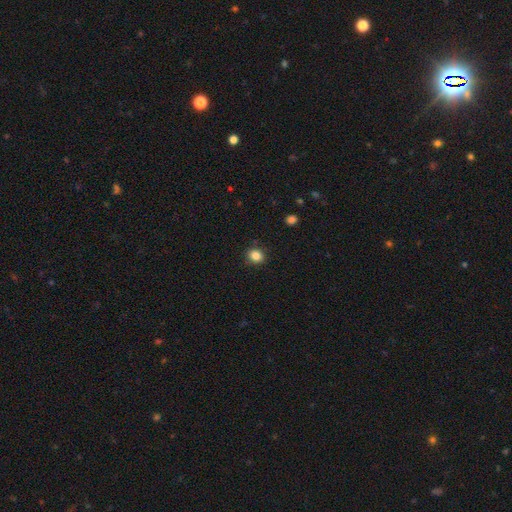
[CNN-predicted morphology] smooth 85%, star or artifact 10%, featured or disk 4%. Down the decision tree: how rounded — round (68%); merging — none (87%).